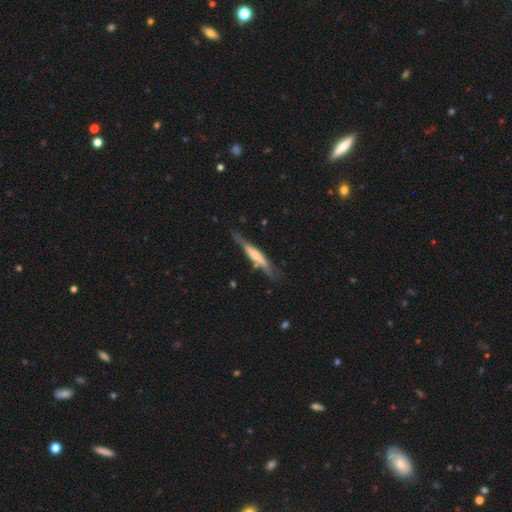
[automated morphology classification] Overall: featured or disk (54%; smooth 40%). Edge-on disk: yes (91%). Merging: none (68%).